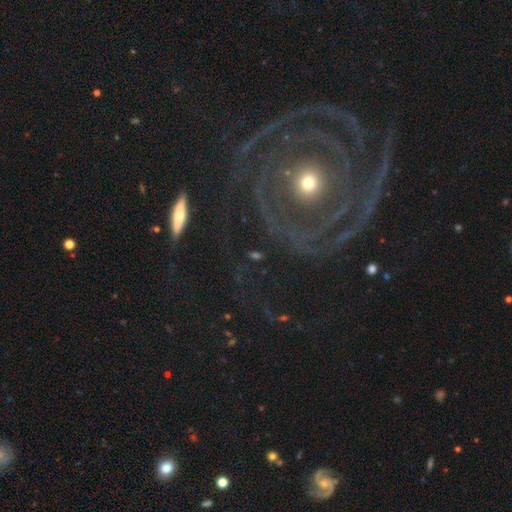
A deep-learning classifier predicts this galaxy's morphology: Smooth or featured: featured or disk — 48% (star or artifact — 26%)
Merging: none — 76% (minor disturbance — 11%)